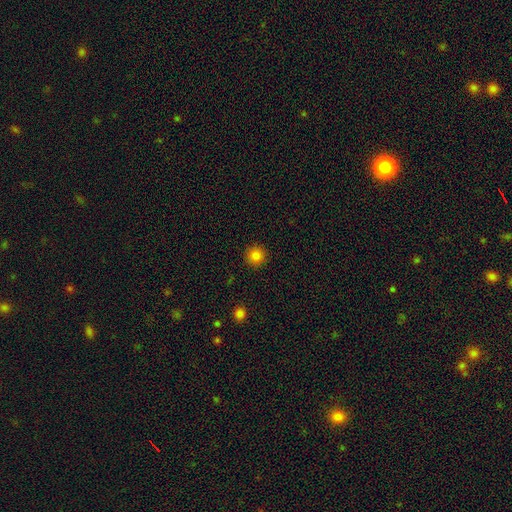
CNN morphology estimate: A smooth galaxy with no disk features (84%) that is round (95%).

Vote fractions:
- Smooth or featured? smooth: 84% / star or artifact: 12% / featured or disk: 5%
- How rounded? round: 95% / in between: 4% / cigar-shaped: 1%
- Merging? none: 92% / minor disturbance: 5% / major disturbance: 2% / merger: 1%